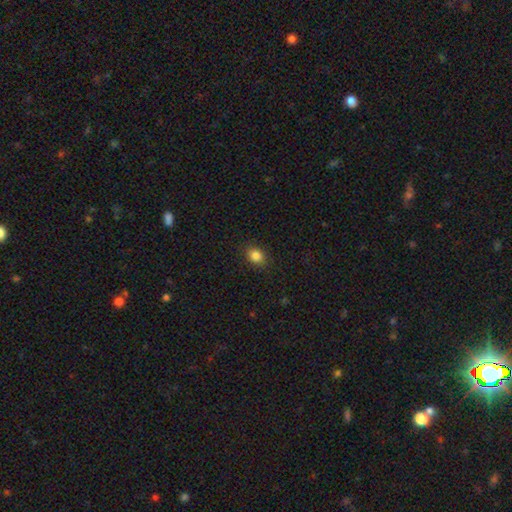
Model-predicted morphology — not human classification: smooth-or-featured: smooth: 85% | star or artifact: 10% | featured or disk: 5%
  how-rounded: in between: 59% | round: 40% | cigar-shaped: 1%
  merging: none: 89% | minor disturbance: 8% | major disturbance: 2% | merger: 1%